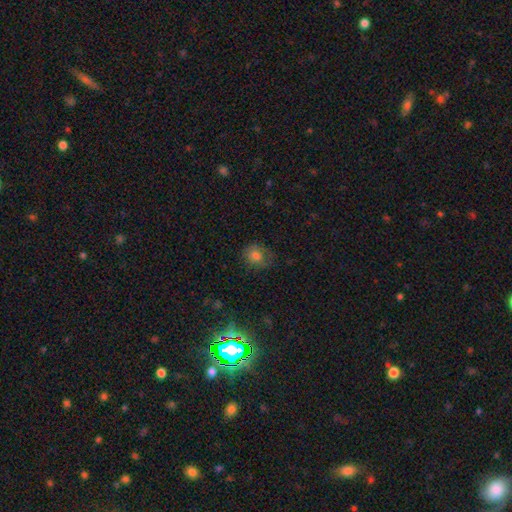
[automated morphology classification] Smooth or featured?
  - smooth: 70% *
  - featured or disk: 16%
  - star or artifact: 14%
How rounded?
  - round: 60% *
  - in between: 39%
  - cigar-shaped: 1%
Merging?
  - none: 64% *
  - minor disturbance: 23%
  - major disturbance: 12%
  - merger: 1%